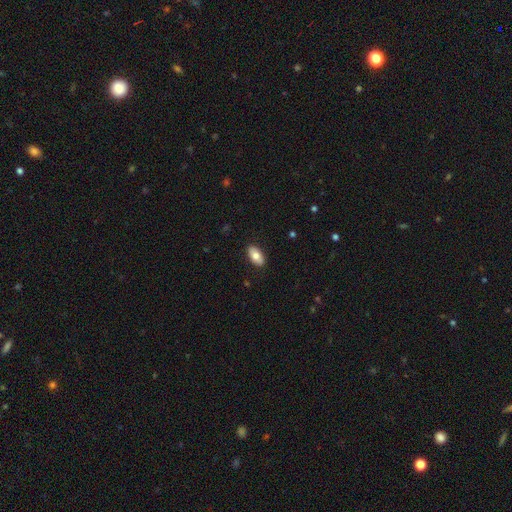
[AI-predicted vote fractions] smooth-or-featured: smooth: 76% | featured or disk: 17% | star or artifact: 6%
  how-rounded: in between: 93% | round: 4% | cigar-shaped: 3%
  merging: none: 88% | minor disturbance: 9% | major disturbance: 2% | merger: 1%